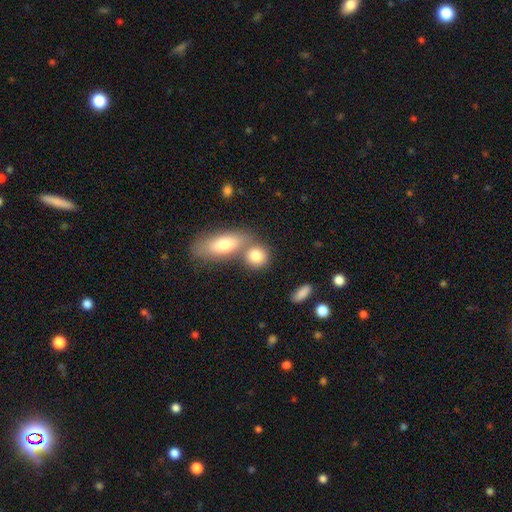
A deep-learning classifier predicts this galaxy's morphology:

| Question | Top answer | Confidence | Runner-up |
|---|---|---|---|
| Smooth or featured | smooth | 81% | featured or disk (12%) |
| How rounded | round | 60% | in between (36%) |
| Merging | none | 46% | merger (42%) |